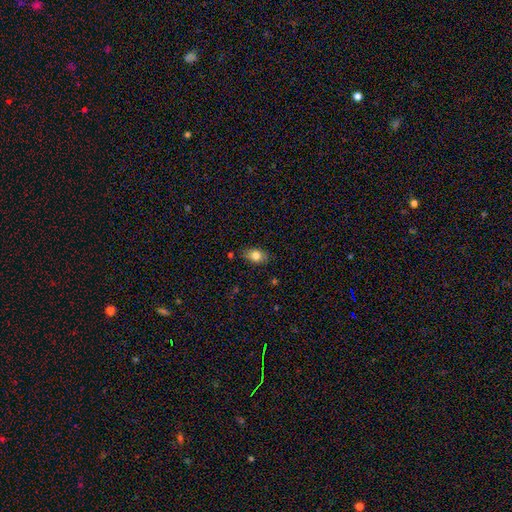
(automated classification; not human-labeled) smooth_or_featured: smooth (p=0.80) [alt: featured or disk p=0.11]
how_rounded: in between (p=0.76) [alt: round p=0.22]
merging: none (p=0.77) [alt: minor disturbance p=0.17]